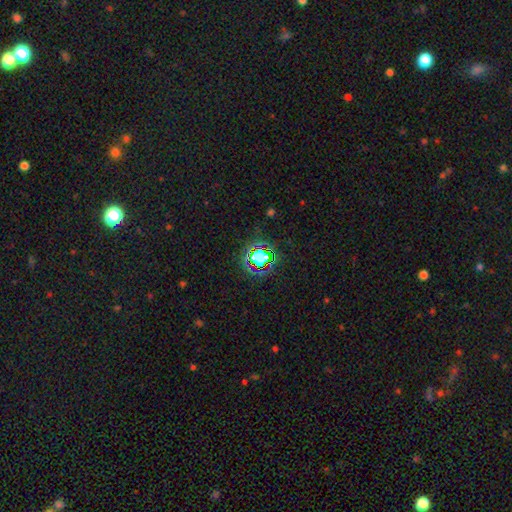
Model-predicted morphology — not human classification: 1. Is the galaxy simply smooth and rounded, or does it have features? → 60% star or artifact, 26% smooth, 14% featured or disk.